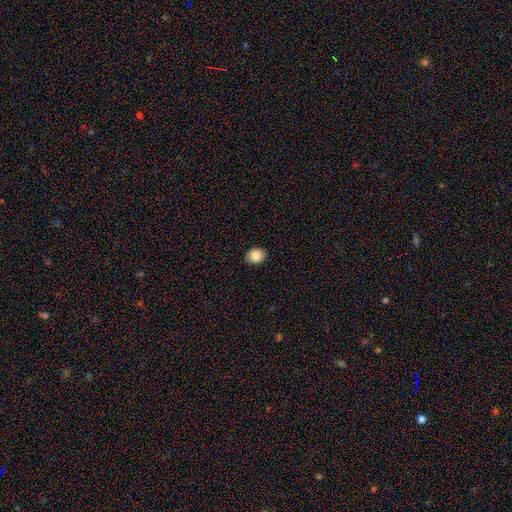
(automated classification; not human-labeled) The model was most divided on "how rounded": round: 63%, in between: 36%, cigar-shaped: 1%. More confident: merging — none (90%); smooth or featured — smooth (87%).